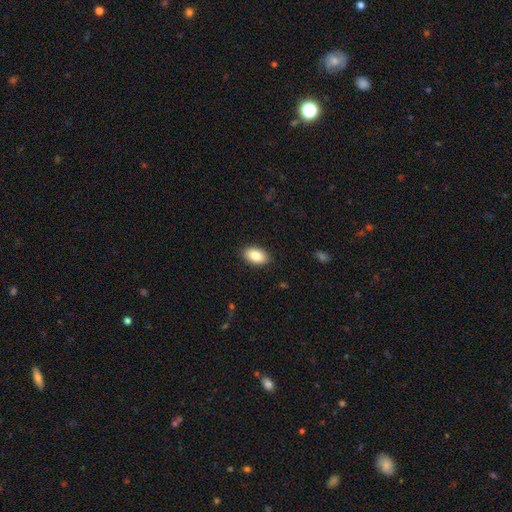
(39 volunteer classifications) Smooth or featured?
  - smooth: 92% *
  - star or artifact: 5%
  - featured or disk: 3%
How rounded?
  - in between: 92% *
  - round: 6%
  - cigar-shaped: 3%
Merging?
  - none: 92% *
  - minor disturbance: 5%
  - merger: 3%
  - major disturbance: 0%